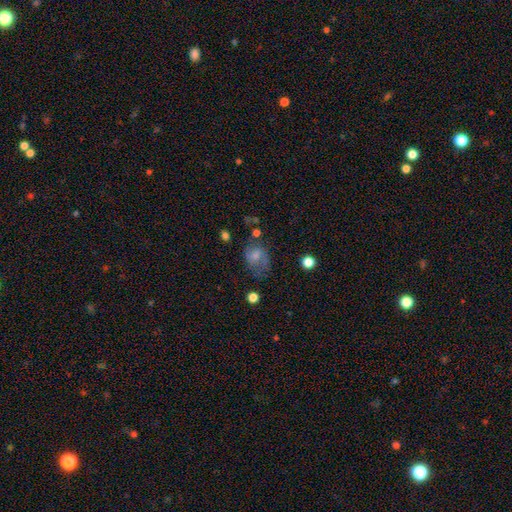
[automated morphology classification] smooth_or_featured: smooth (p=0.62) [alt: featured or disk p=0.27]
how_rounded: in between (p=0.65) [alt: round p=0.34]
merging: none (p=0.43) [alt: minor disturbance p=0.27]